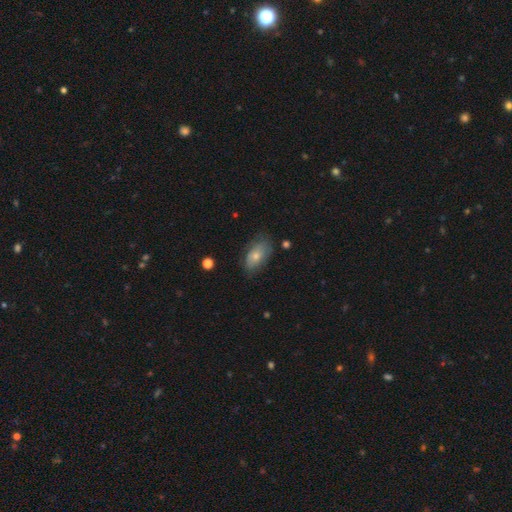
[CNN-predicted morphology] A smooth galaxy with no disk features (67%) that is in between round and cigar-shaped (91%). Merging: none (64%).